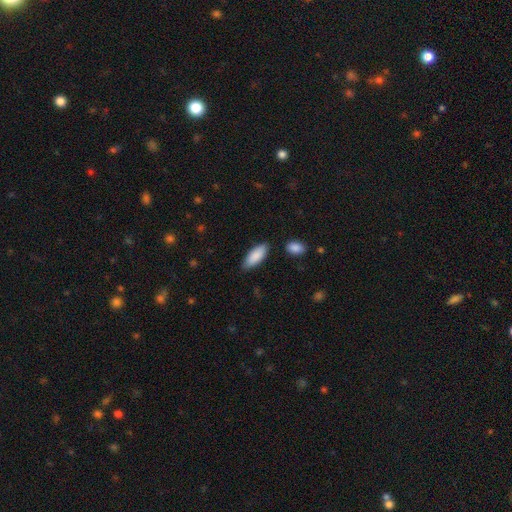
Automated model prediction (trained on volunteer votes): A smooth galaxy with no disk features (88%) that is in between round and cigar-shaped (77%). Merging: none (82%).